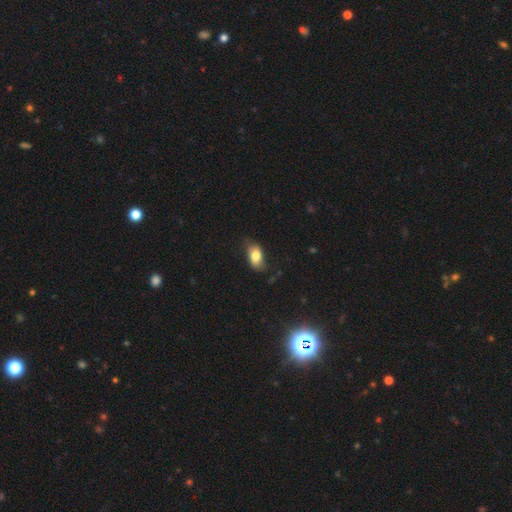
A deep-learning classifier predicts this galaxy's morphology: Smooth or featured? Predicted: smooth (p=0.79). How rounded? Predicted: in between (p=0.90). Merging? Predicted: none (p=0.67).